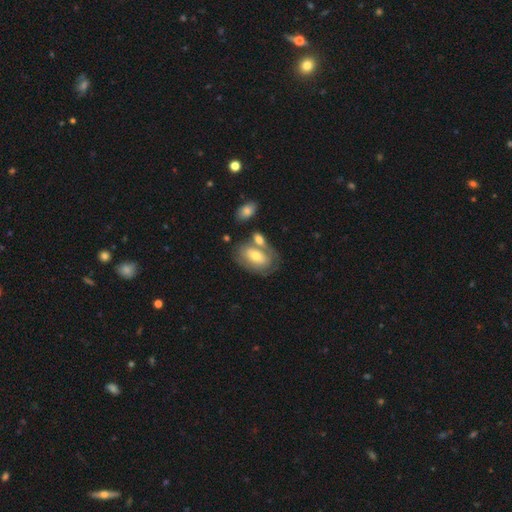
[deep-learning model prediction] smooth 49%, featured or disk 45%, star or artifact 7%. Down the decision tree: merging — none (47%).